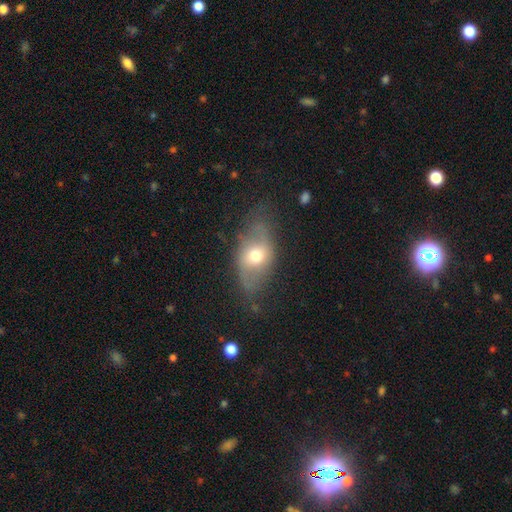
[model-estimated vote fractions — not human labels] Overall: smooth (47%; featured or disk 43%). Merging: none (59%; minor disturbance 25%).